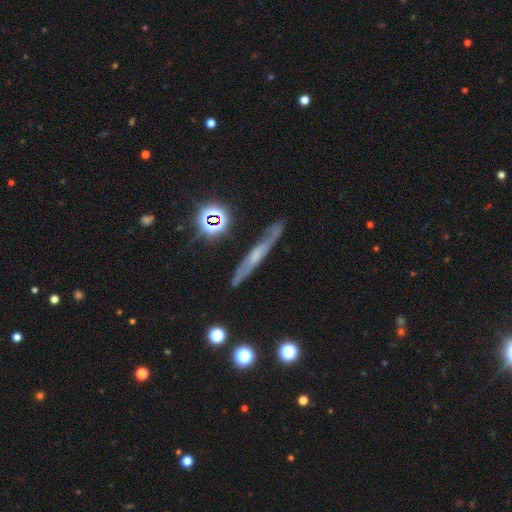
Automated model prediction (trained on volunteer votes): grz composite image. It shows a featured or disk galaxy (60%) viewed edge-on (74%). Merging: none (78%).